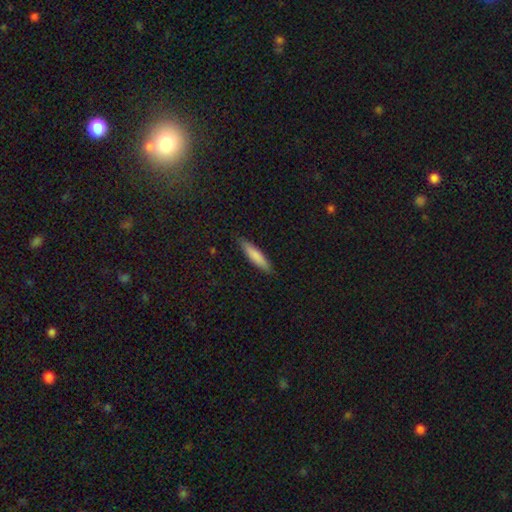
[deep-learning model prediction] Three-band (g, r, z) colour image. It shows a smooth galaxy with no disk features (80%) that is cigar-shaped (80%). Merging: none (87%).